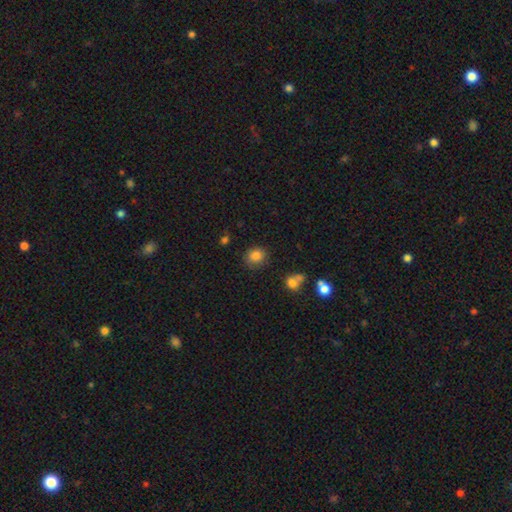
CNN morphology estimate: The model was most divided on "how rounded": round: 73%, in between: 26%, cigar-shaped: 1%. More confident: smooth or featured — smooth (82%); merging — none (82%).